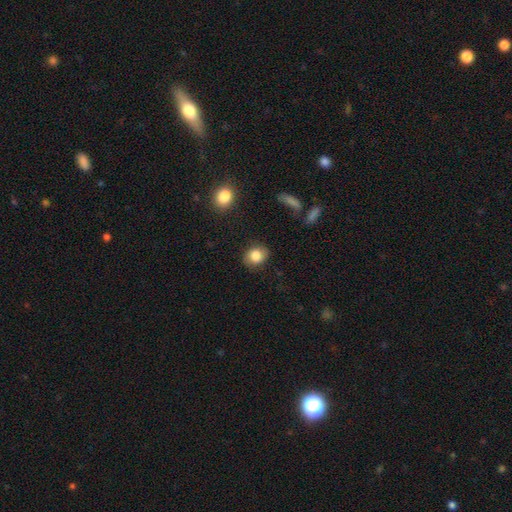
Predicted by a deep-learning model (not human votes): Smooth or featured: smooth — 83% (featured or disk — 9%)
How rounded: round — 59% (in between — 40%)
Merging: none — 81% (minor disturbance — 14%)